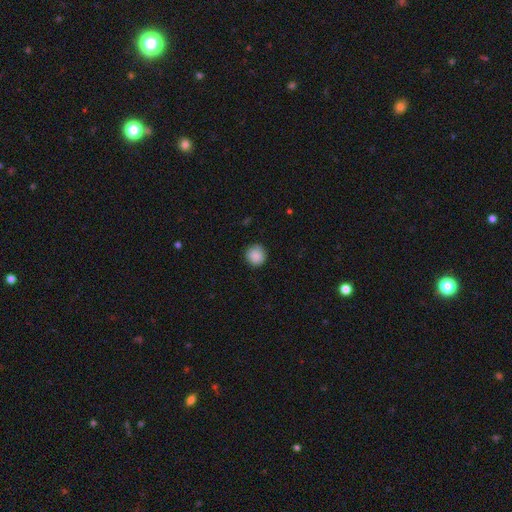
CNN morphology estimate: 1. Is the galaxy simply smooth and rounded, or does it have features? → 89% smooth, 8% star or artifact, 3% featured or disk.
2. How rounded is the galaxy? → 93% round, 6% in between, 1% cigar-shaped.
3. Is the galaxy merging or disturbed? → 89% none, 8% minor disturbance, 2% major disturbance, 1% merger.